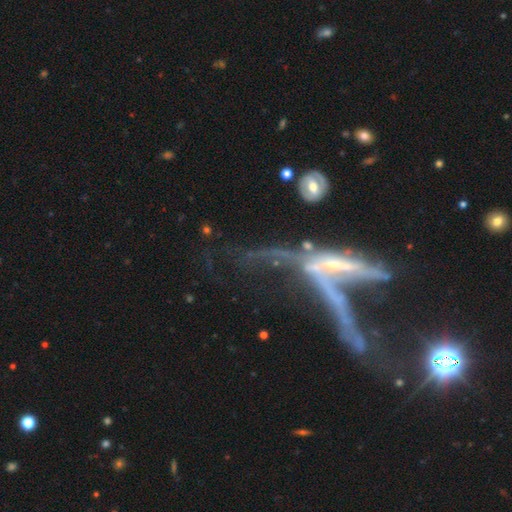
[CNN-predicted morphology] Smooth or featured? Predicted: featured or disk (p=0.68). Edge-on disk? Predicted: no (p=0.57). Merging? Predicted: merger (p=0.38).